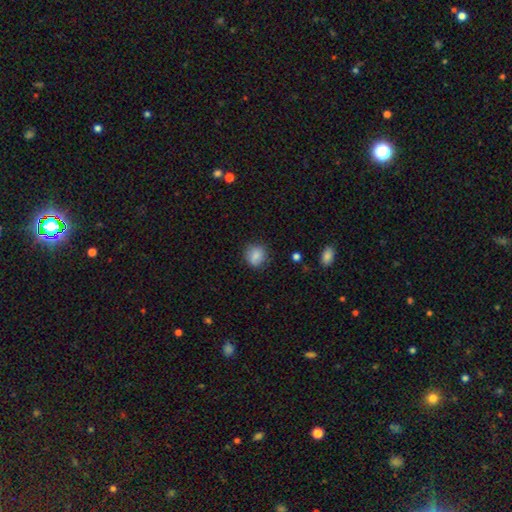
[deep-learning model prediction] Smooth or featured? Predicted: smooth (p=0.84). How rounded? Predicted: round (p=0.79). Merging? Predicted: none (p=0.83).